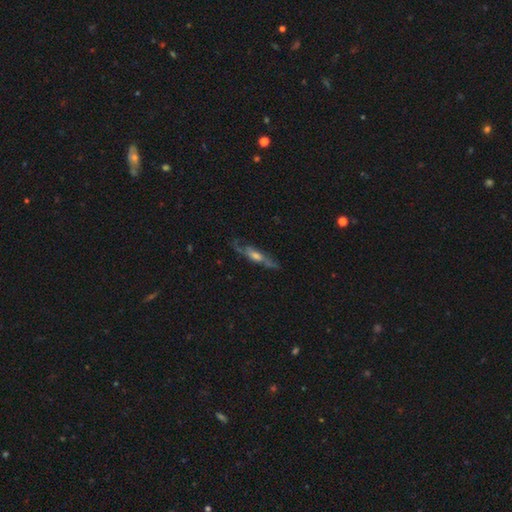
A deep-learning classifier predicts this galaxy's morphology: Smooth or featured?
  - featured or disk: 71% *
  - smooth: 22%
  - star or artifact: 8%
Edge-on disk?
  - yes: 60% *
  - no: 40%
Merging?
  - none: 69% *
  - minor disturbance: 20%
  - major disturbance: 9%
  - merger: 2%